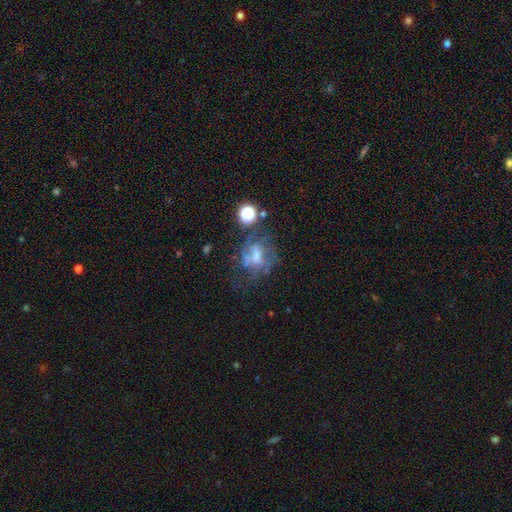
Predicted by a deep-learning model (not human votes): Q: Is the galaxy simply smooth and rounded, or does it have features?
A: featured or disk — 52%.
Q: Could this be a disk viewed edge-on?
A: no — 95%.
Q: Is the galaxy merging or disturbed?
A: none — 43%.